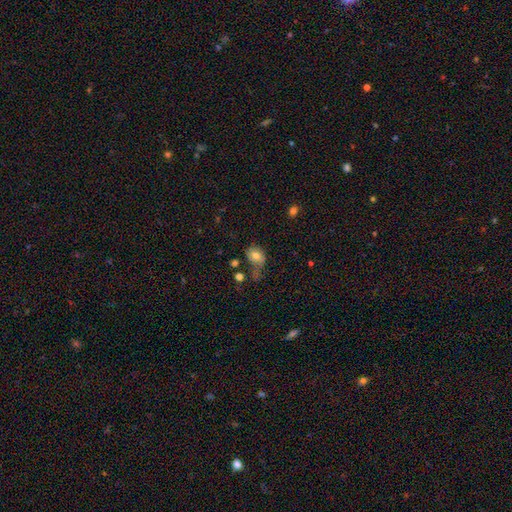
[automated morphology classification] The model was most divided on "merging": none: 34%, major disturbance: 29%, minor disturbance: 27%, merger: 11%. More confident: smooth or featured — smooth (72%); how rounded — in between (60%).